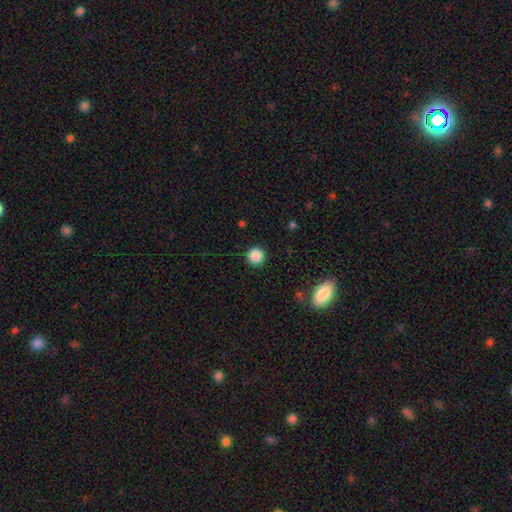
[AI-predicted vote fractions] This appears to be a smooth galaxy with no disk features (87%) that is round (95%). Merging: none (91%).